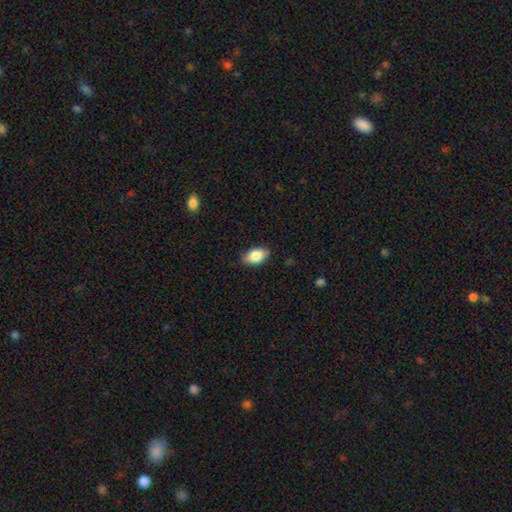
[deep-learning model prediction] smooth-or-featured: smooth: 85% | featured or disk: 9% | star or artifact: 7%
  how-rounded: in between: 92% | round: 6% | cigar-shaped: 2%
  merging: none: 85% | minor disturbance: 12% | major disturbance: 2% | merger: 1%